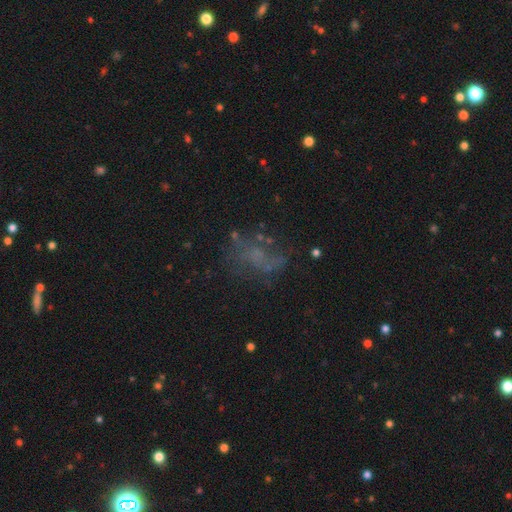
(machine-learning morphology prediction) Q: Smooth or featured?
A: featured or disk (44%); runner-up: smooth (29%)
Q: Merging?
A: none (51%); runner-up: major disturbance (27%)